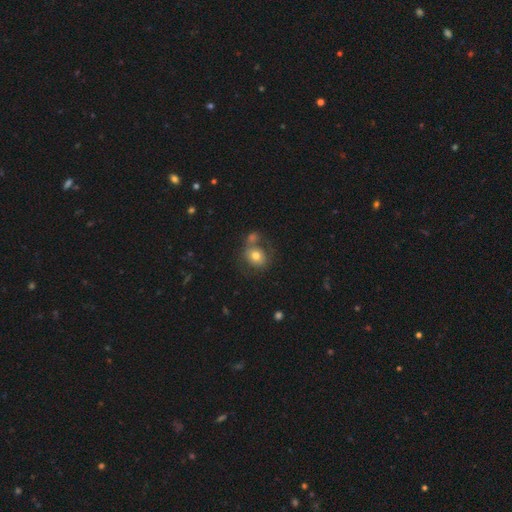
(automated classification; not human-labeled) smooth 69%, featured or disk 22%, star or artifact 9%. Down the decision tree: how rounded — round (67%); merging — none (45%).